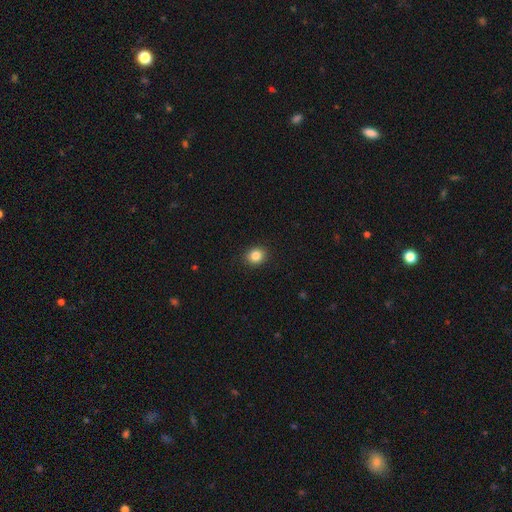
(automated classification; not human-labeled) Morphology: type=smooth (85%); roundness=round (72%); merging=none (91%).